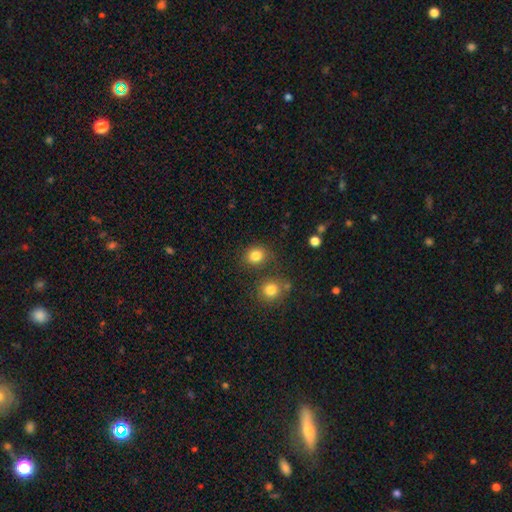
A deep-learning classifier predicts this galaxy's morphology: Q: Smooth or featured?
A: smooth (82%); runner-up: star or artifact (12%)
Q: How rounded?
A: round (72%); runner-up: in between (27%)
Q: Merging?
A: none (74%); runner-up: minor disturbance (12%)